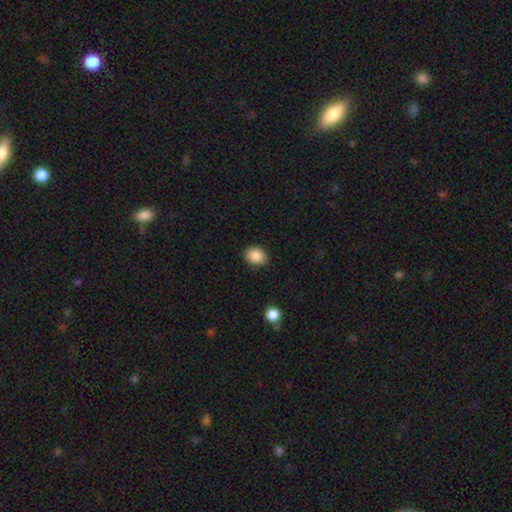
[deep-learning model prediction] smooth 87%, star or artifact 8%, featured or disk 4%. Down the decision tree: how rounded — in between (58%); merging — none (89%).